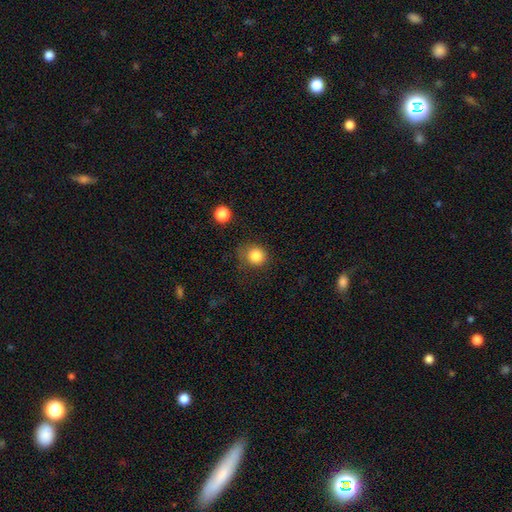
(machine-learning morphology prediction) A smooth galaxy with no disk features (83%) that is round (85%). Merging: none (70%).